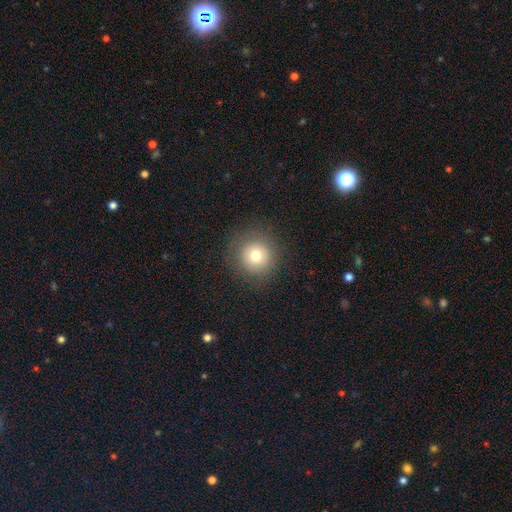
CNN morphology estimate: Smooth or featured? smooth (75%)
How rounded? round (94%)
Merging? none (88%)